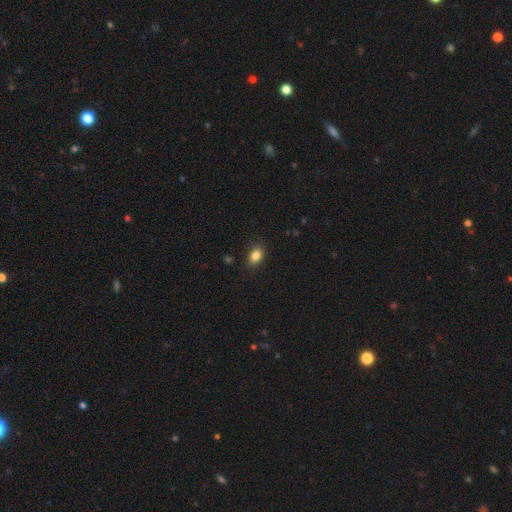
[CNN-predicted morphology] smooth_or_featured: smooth (p=0.85) [alt: star or artifact p=0.10]
how_rounded: in between (p=0.79) [alt: round p=0.19]
merging: none (p=0.86) [alt: minor disturbance p=0.11]